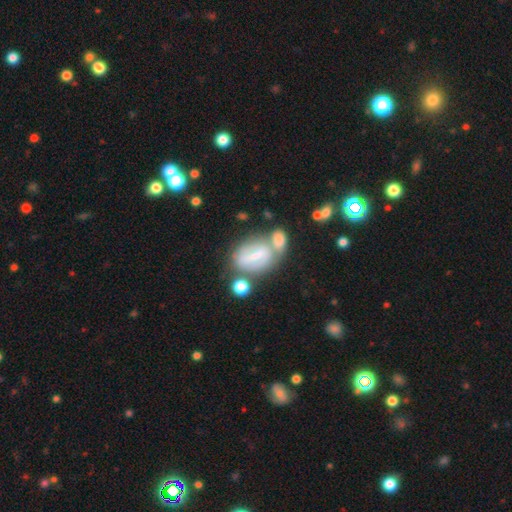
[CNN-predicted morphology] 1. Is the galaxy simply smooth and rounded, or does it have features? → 53% featured or disk, 37% smooth, 9% star or artifact.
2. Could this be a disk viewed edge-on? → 91% no, 9% yes.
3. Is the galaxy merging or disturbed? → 43% merger, 33% none, 15% minor disturbance, 9% major disturbance.